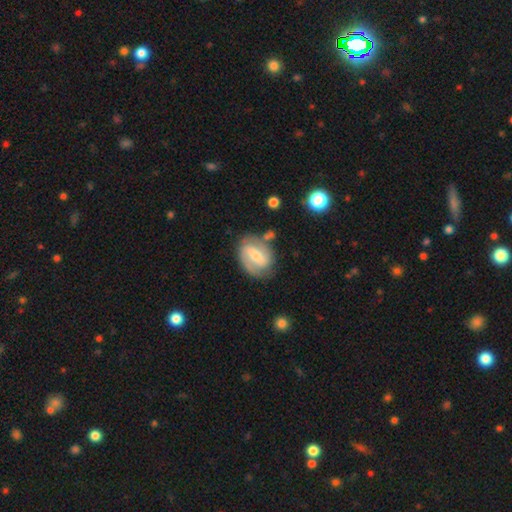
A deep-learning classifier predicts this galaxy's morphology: This appears to be a featured or disk galaxy (69%) with a weak bar (45%), 2 (82%) medium (45%) spiral arms (85%) and a moderate central bulge (50%). Merging: none (72%).